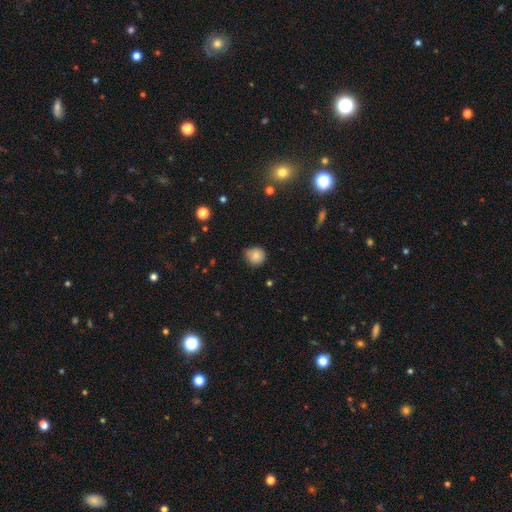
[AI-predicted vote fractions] This is clearly a smooth galaxy (84%). How rounded: clearly round (85%). Merging: likely none (70%).